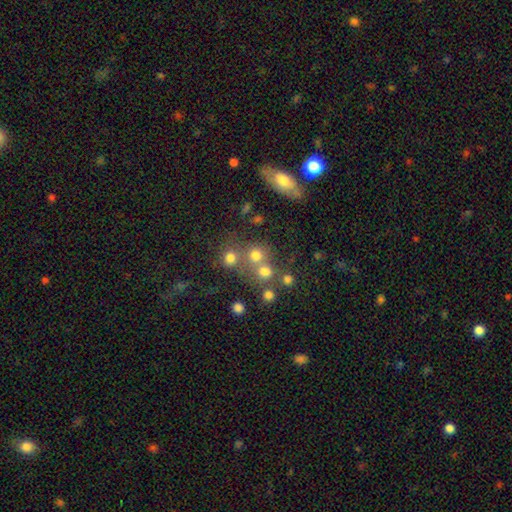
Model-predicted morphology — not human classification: This is likely a smooth galaxy (71%). How rounded: clearly round (87%). Merging: possibly none (54%).